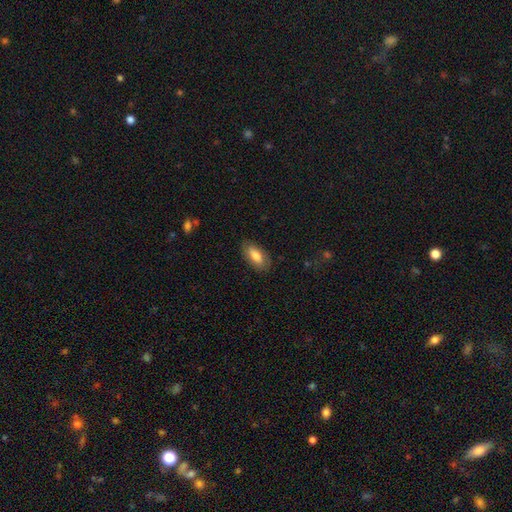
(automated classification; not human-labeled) This appears to be a smooth galaxy with no disk features (77%) that is in between round and cigar-shaped (88%). Merging: none (83%).